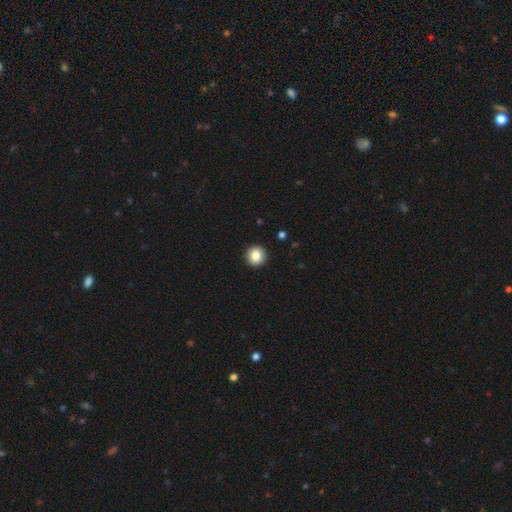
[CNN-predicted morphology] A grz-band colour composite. It shows a smooth galaxy with no disk features (85%) that is round (95%). Merging: none (93%).